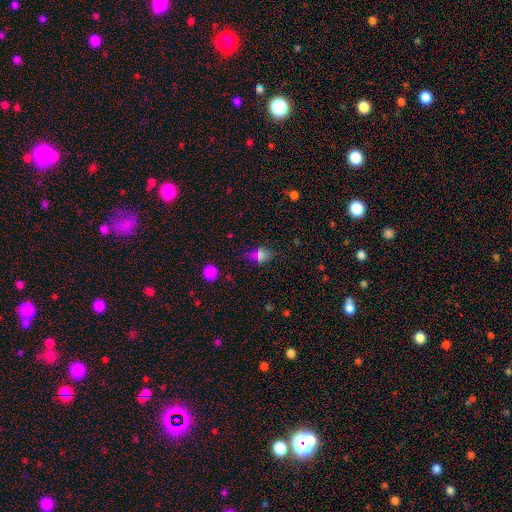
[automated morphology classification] A smooth galaxy with no disk features (59%) that is in between round and cigar-shaped (61%). Merging: none (61%).